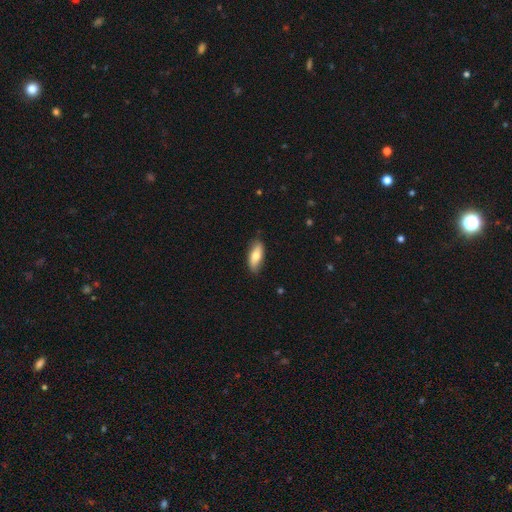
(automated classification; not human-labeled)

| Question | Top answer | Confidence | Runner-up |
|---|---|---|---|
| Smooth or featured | smooth | 72% | featured or disk (22%) |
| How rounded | in between | 76% | cigar-shaped (21%) |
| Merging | none | 81% | minor disturbance (16%) |